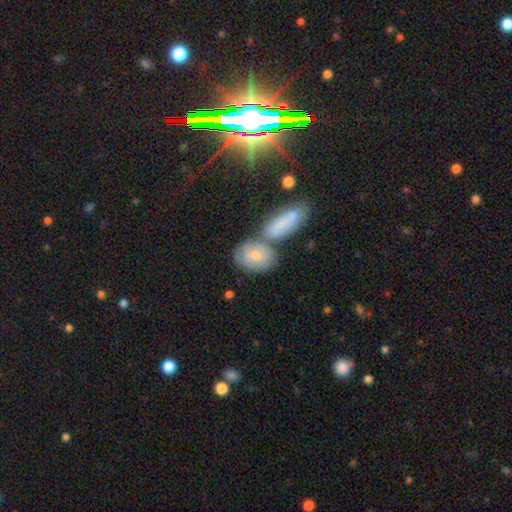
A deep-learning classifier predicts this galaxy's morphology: Smooth or featured? smooth (58%)
How rounded? in between (61%)
Merging? merger (43%)